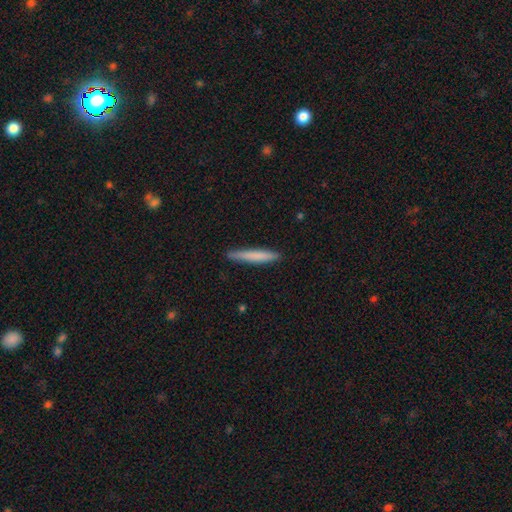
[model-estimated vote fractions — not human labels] Smooth or featured: smooth — 75% (featured or disk — 20%)
How rounded: cigar-shaped — 95% (in between — 4%)
Merging: none — 89% (minor disturbance — 9%)